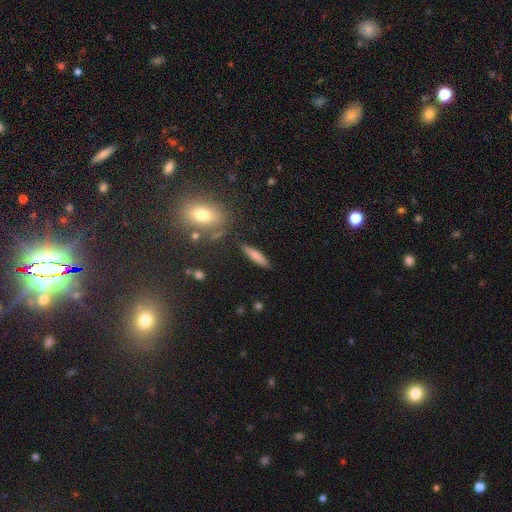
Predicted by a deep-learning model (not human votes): Smooth or featured: smooth — 73% (featured or disk — 20%)
How rounded: cigar-shaped — 83% (in between — 15%)
Merging: none — 86% (minor disturbance — 9%)